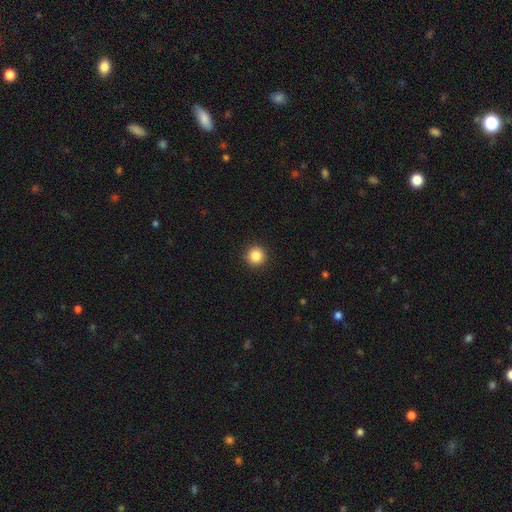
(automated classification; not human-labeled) Q: Smooth or featured?
A: smooth (86%); runner-up: star or artifact (11%)
Q: How rounded?
A: round (95%); runner-up: in between (4%)
Q: Merging?
A: none (92%); runner-up: minor disturbance (5%)